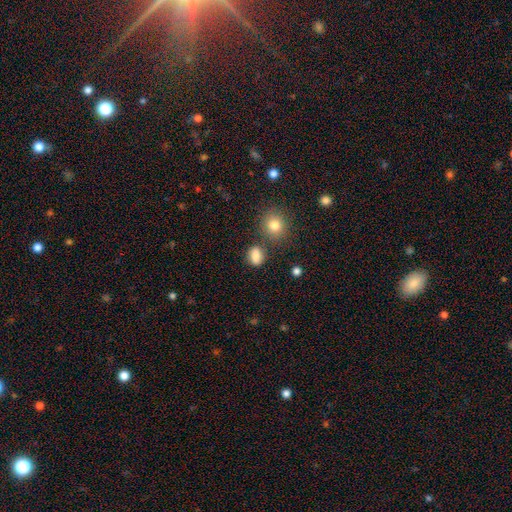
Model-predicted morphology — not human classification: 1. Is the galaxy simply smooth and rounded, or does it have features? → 81% smooth, 11% star or artifact, 8% featured or disk.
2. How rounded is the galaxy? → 61% in between, 37% round, 2% cigar-shaped.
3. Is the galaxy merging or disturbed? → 74% none, 14% minor disturbance, 7% merger, 5% major disturbance.